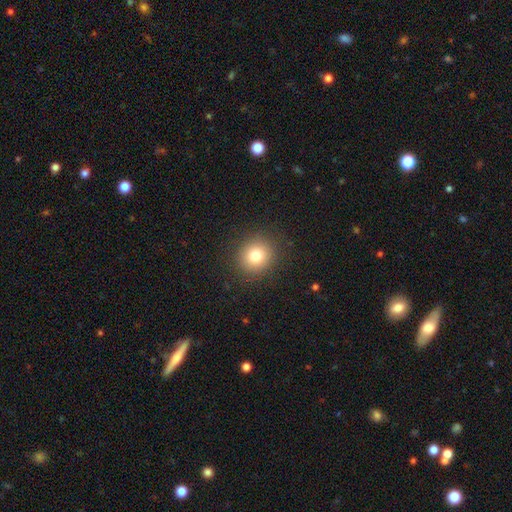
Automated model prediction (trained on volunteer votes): Smooth or featured: smooth — 79% (star or artifact — 12%)
How rounded: round — 84% (in between — 15%)
Merging: none — 89% (minor disturbance — 7%)